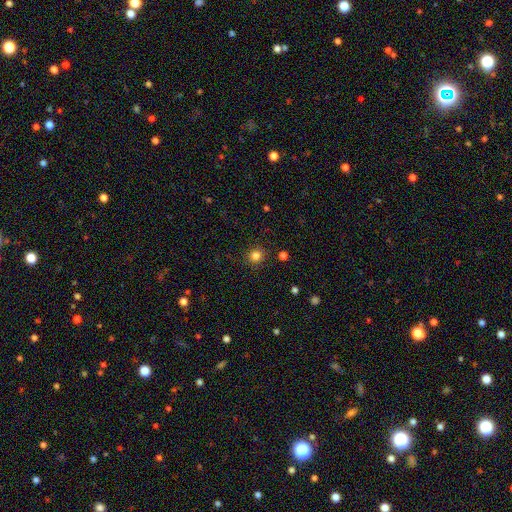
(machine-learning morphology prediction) smooth 83%, star or artifact 13%, featured or disk 4%. Down the decision tree: how rounded — round (91%); merging — none (89%).